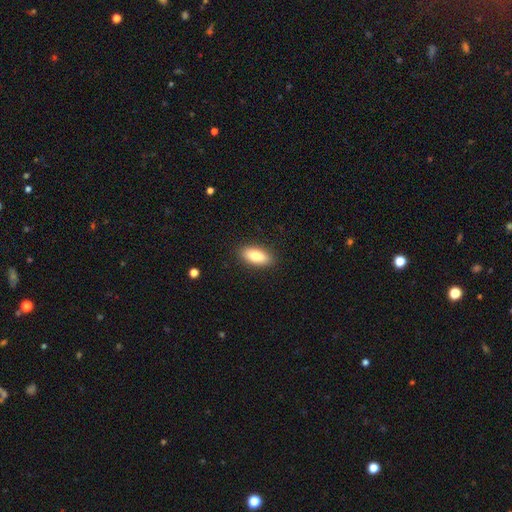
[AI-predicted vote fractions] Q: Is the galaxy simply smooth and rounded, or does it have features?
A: smooth — 82%.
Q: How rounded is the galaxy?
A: in between — 84%.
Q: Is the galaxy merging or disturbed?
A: none — 88%.